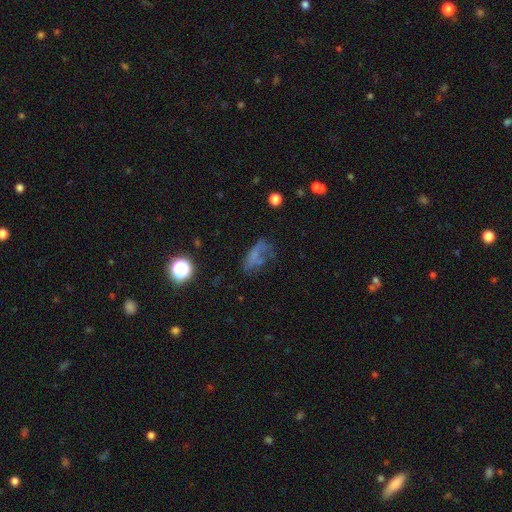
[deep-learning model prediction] A smooth galaxy with no disk features (50%) that is in between round and cigar-shaped (74%).

Vote fractions:
- Smooth or featured? smooth: 50% / featured or disk: 28% / star or artifact: 22%
- How rounded? in between: 74% / cigar-shaped: 15% / round: 12%
- Merging? none: 39% / major disturbance: 29% / minor disturbance: 24% / merger: 8%